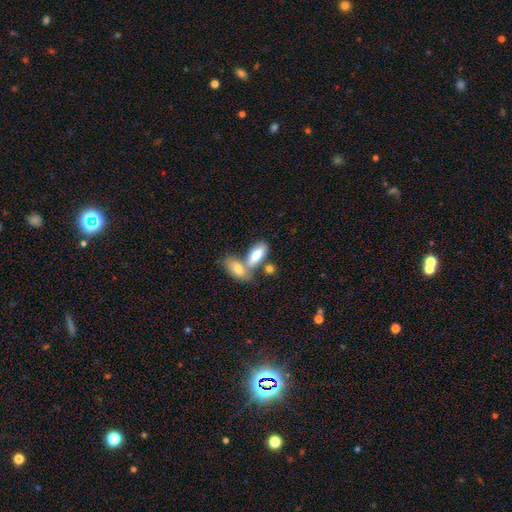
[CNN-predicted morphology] This appears to be a smooth galaxy with no disk features (76%) that is in between round and cigar-shaped (80%). Merging: merger (51%).